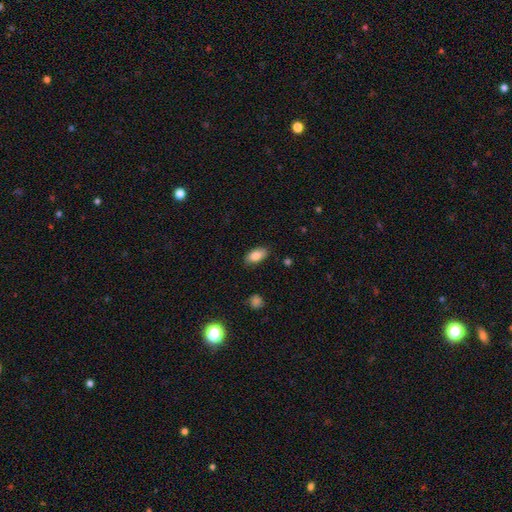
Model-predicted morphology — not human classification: A smooth galaxy with no disk features (85%) that is in between round and cigar-shaped (92%). Merging: none (83%).